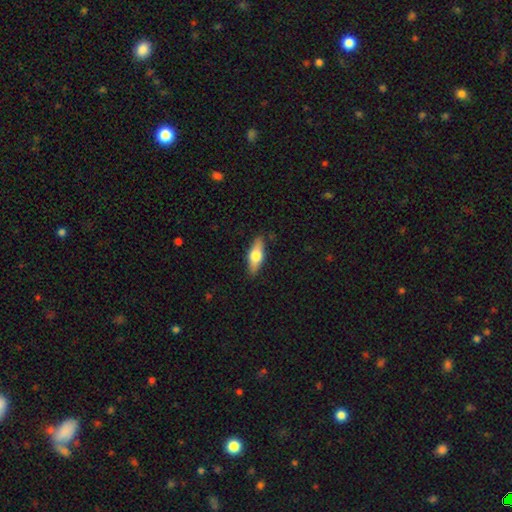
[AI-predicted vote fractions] Smooth or featured?
  - smooth: 53% *
  - featured or disk: 41%
  - star or artifact: 6%
How rounded?
  - in between: 61% *
  - cigar-shaped: 36%
  - round: 3%
Merging?
  - none: 87% *
  - minor disturbance: 10%
  - major disturbance: 2%
  - merger: 1%